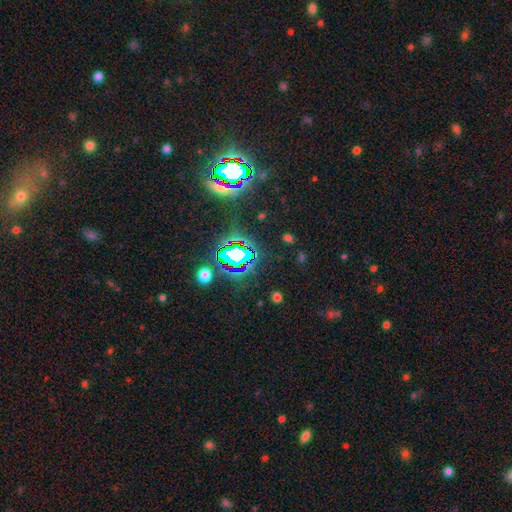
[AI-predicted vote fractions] Q: Smooth or featured?
A: star or artifact (81%); runner-up: smooth (11%)